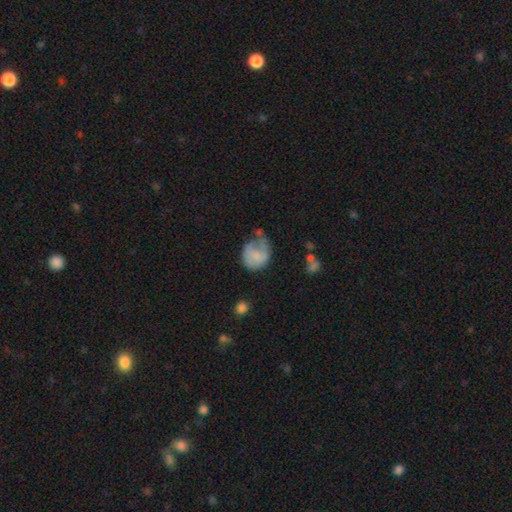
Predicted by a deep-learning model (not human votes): Smooth or featured: smooth — 54% (featured or disk — 38%)
How rounded: round — 56% (in between — 43%)
Merging: minor disturbance — 33% (major disturbance — 32%)